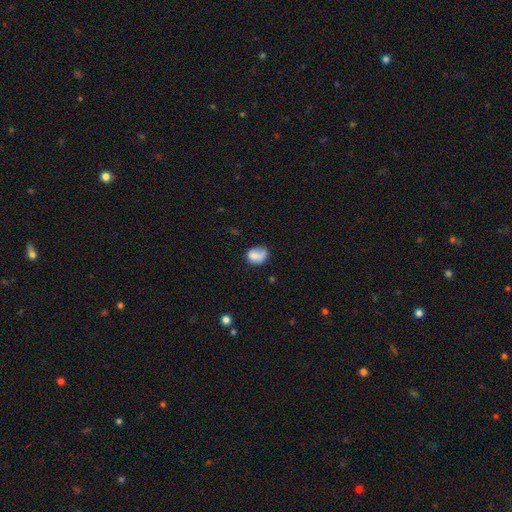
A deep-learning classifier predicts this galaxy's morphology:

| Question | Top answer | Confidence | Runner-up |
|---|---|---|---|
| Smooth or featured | smooth | 71% | featured or disk (19%) |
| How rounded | in between | 53% | round (45%) |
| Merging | none | 43% | minor disturbance (30%) |